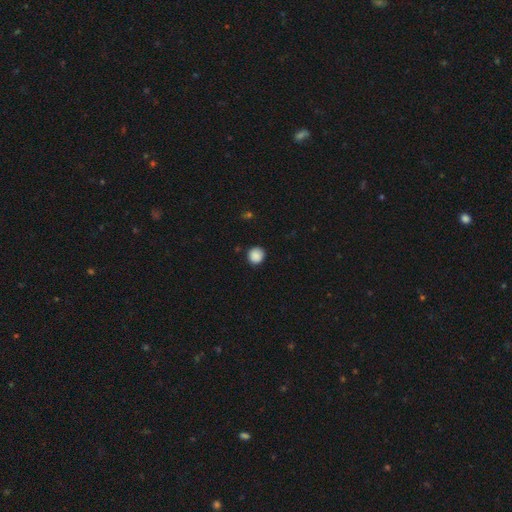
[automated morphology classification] smooth 88%, star or artifact 9%, featured or disk 3%. Down the decision tree: how rounded — round (91%); merging — none (88%).